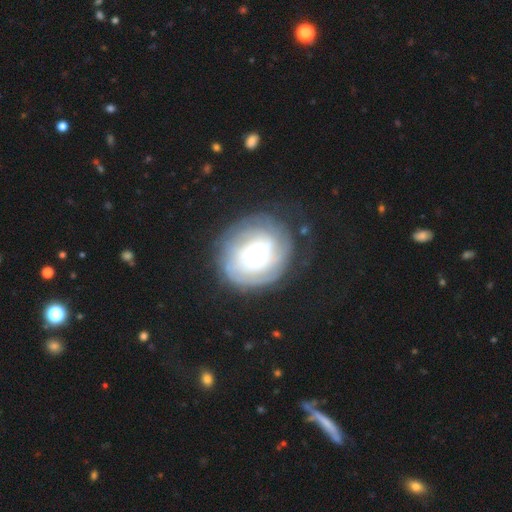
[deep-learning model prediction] A featured or disk galaxy (69%) with no bar (84%), tight (76%) spiral arms (77%) and a small central bulge (49%). Merging: none (69%).